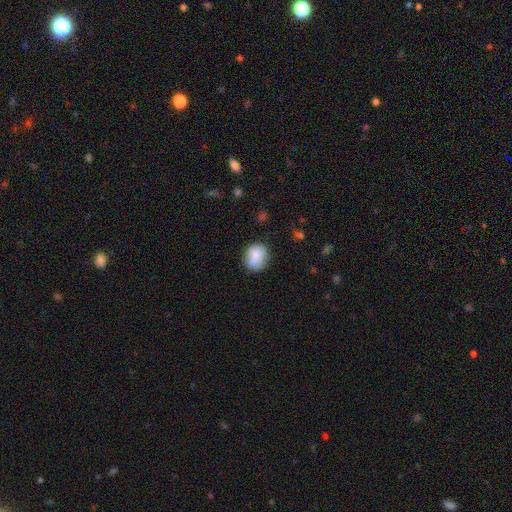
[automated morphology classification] Smooth or featured: smooth — 78% (featured or disk — 14%)
How rounded: round — 61% (in between — 38%)
Merging: none — 66% (minor disturbance — 23%)